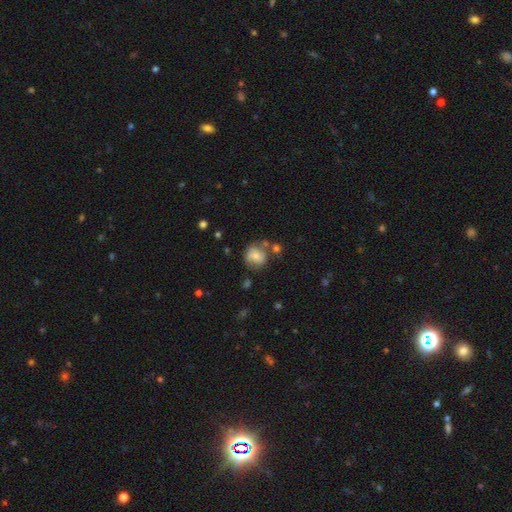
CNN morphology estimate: A smooth galaxy with no disk features (55%) that is round (77%). Merging: none (57%).